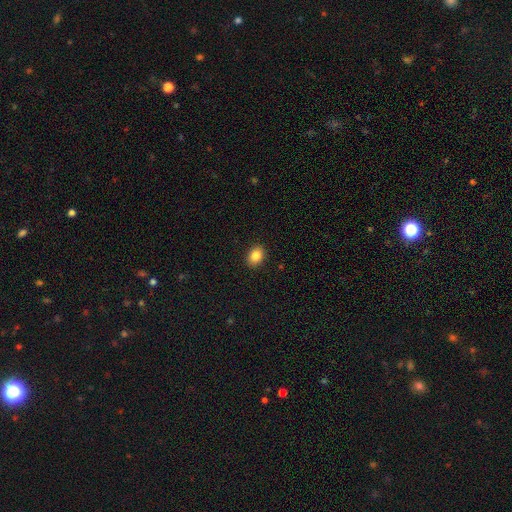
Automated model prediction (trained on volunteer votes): This appears to be a smooth galaxy with no disk features (85%) that is in between round and cigar-shaped (65%). Merging: none (91%).